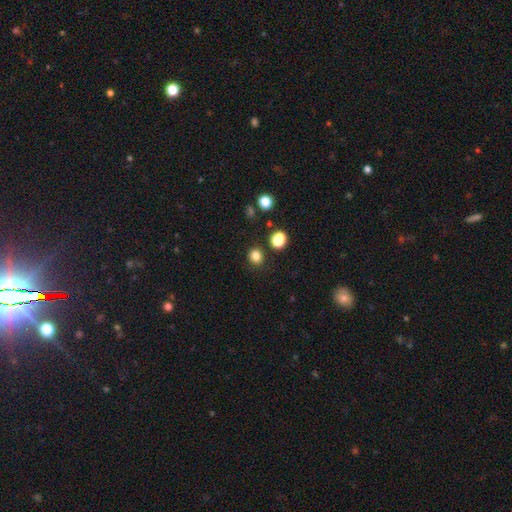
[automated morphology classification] The model was most divided on "how rounded": round: 81%, in between: 18%, cigar-shaped: 1%. More confident: merging — none (86%); smooth or featured — smooth (82%).